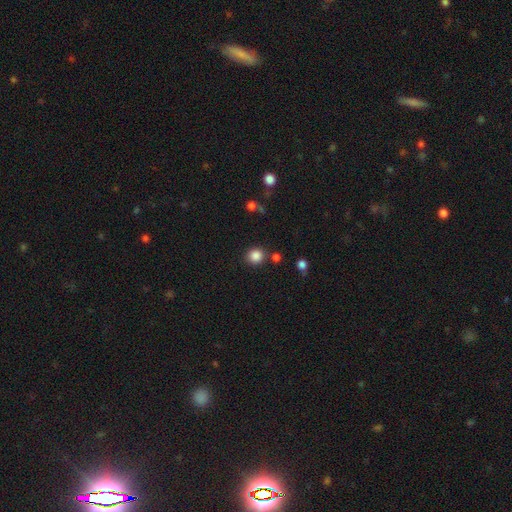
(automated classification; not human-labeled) smooth_or_featured: smooth (p=0.85) [alt: star or artifact p=0.11]
how_rounded: round (p=0.85) [alt: in between p=0.14]
merging: none (p=0.81) [alt: minor disturbance p=0.09]